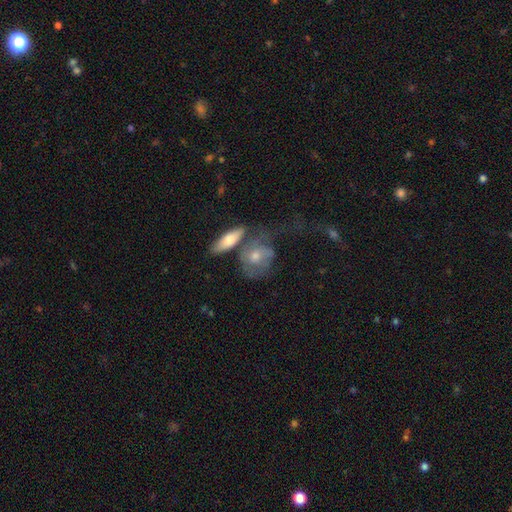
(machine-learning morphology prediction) featured or disk 47%, smooth 45%, star or artifact 8%. Down the decision tree: merging — none (34%).